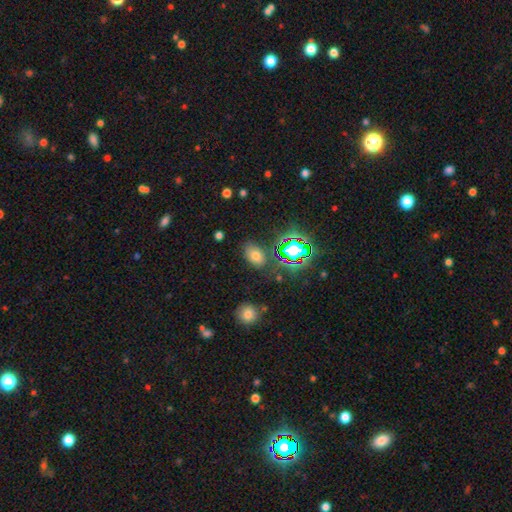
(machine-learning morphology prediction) Smooth or featured?
  - smooth: 63% *
  - star or artifact: 27%
  - featured or disk: 10%
How rounded?
  - in between: 84% *
  - round: 14%
  - cigar-shaped: 2%
Merging?
  - none: 76% *
  - minor disturbance: 15%
  - major disturbance: 5%
  - merger: 4%